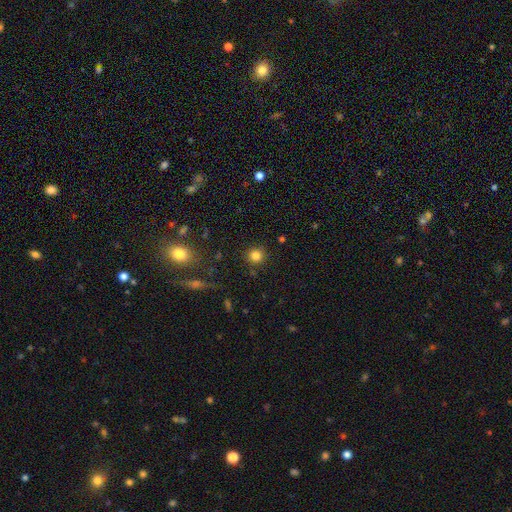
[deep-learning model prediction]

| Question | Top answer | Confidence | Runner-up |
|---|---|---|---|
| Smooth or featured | smooth | 82% | star or artifact (13%) |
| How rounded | round | 93% | in between (6%) |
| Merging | none | 90% | minor disturbance (6%) |